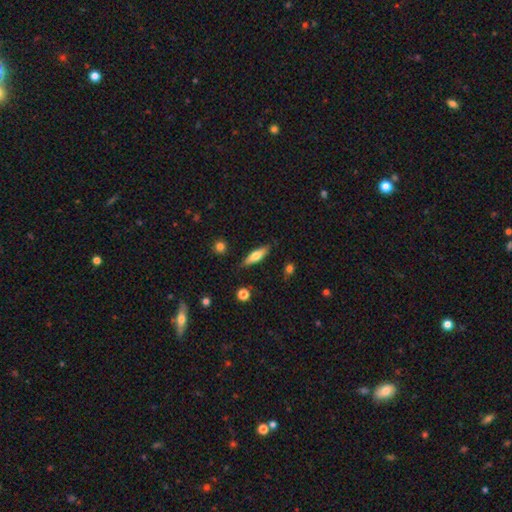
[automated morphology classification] Smooth or featured? Predicted: smooth (p=0.61). How rounded? Predicted: cigar-shaped (p=0.64). Merging? Predicted: none (p=0.83).